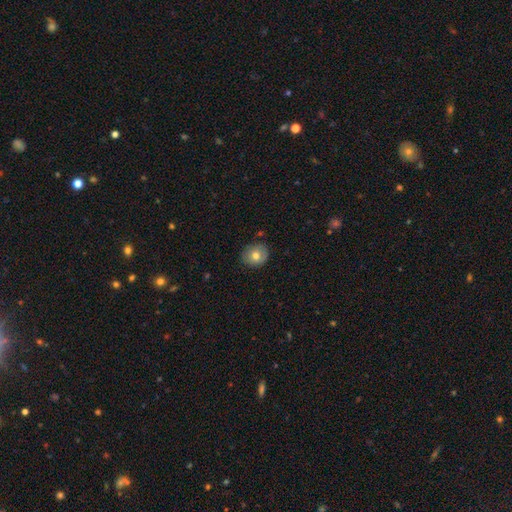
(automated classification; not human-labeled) smooth-or-featured: smooth: 72% | featured or disk: 19% | star or artifact: 9%
  how-rounded: round: 75% | in between: 24% | cigar-shaped: 1%
  merging: none: 82% | minor disturbance: 14% | major disturbance: 3% | merger: 2%